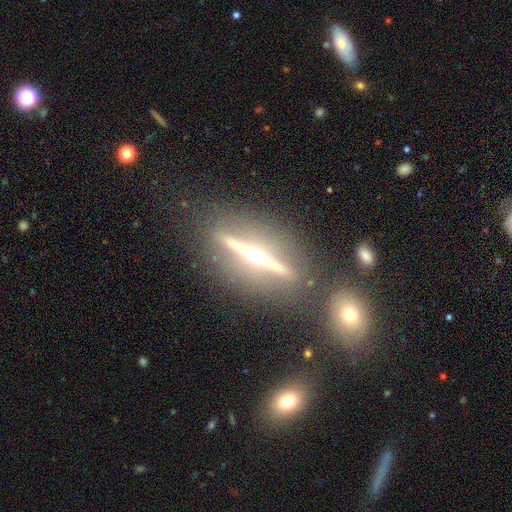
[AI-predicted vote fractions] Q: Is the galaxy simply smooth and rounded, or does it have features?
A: featured or disk — 84%.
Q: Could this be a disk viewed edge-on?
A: yes — 96%.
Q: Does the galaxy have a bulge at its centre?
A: rounded — 95%.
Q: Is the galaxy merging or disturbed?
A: none — 83%.